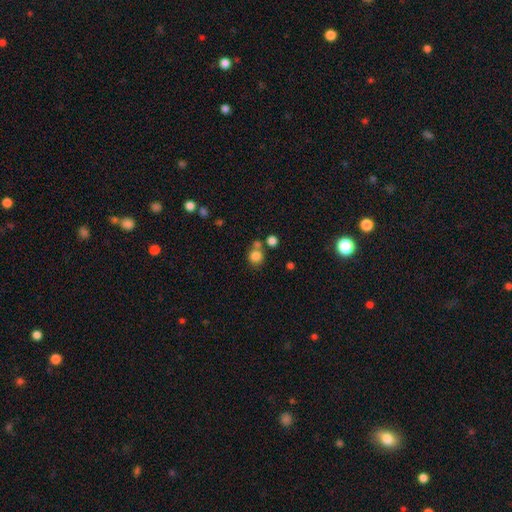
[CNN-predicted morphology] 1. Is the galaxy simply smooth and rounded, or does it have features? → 81% smooth, 12% star or artifact, 7% featured or disk.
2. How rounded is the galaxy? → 87% round, 12% in between, 1% cigar-shaped.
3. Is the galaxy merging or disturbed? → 62% none, 25% merger, 9% minor disturbance, 4% major disturbance.